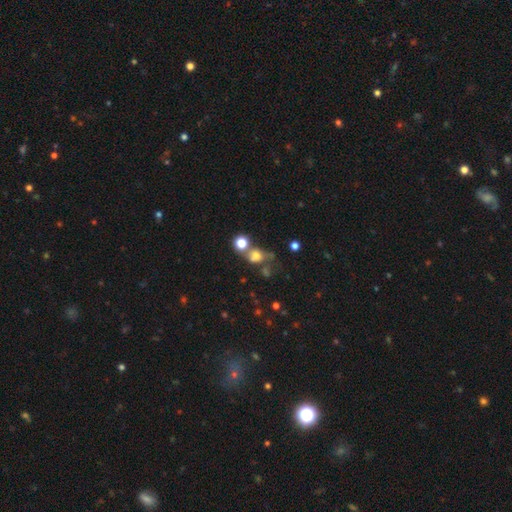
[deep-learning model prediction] Overall: smooth (66%). How rounded: round (70%). Merging: none (38%; merger 37%).